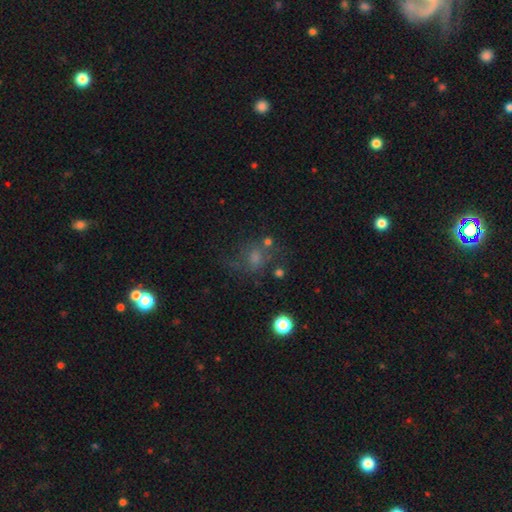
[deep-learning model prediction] smooth-or-featured: smooth: 44% | featured or disk: 28% | star or artifact: 28%
  merging: none: 54% | major disturbance: 20% | minor disturbance: 19% | merger: 7%